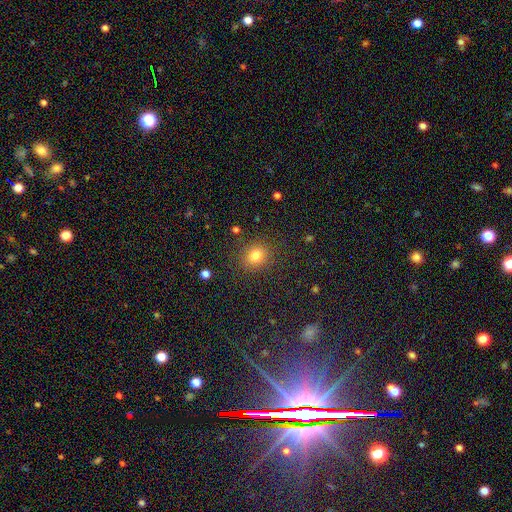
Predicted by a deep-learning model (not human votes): The model was most divided on "how rounded": round: 76%, in between: 23%, cigar-shaped: 1%. More confident: merging — none (86%); smooth or featured — smooth (79%).